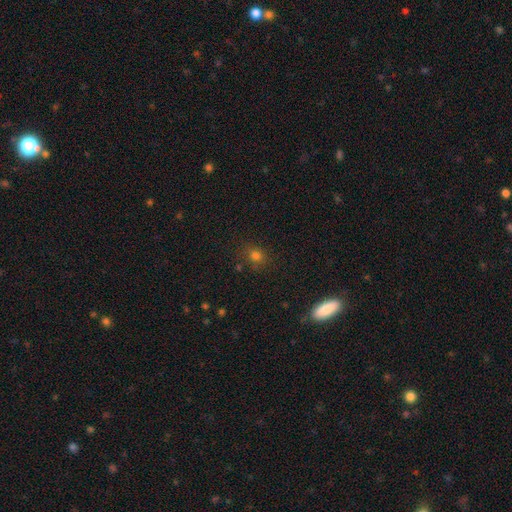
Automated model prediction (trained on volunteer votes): Morphology: type=smooth (73%); roundness=round (74%); merging=none (82%).